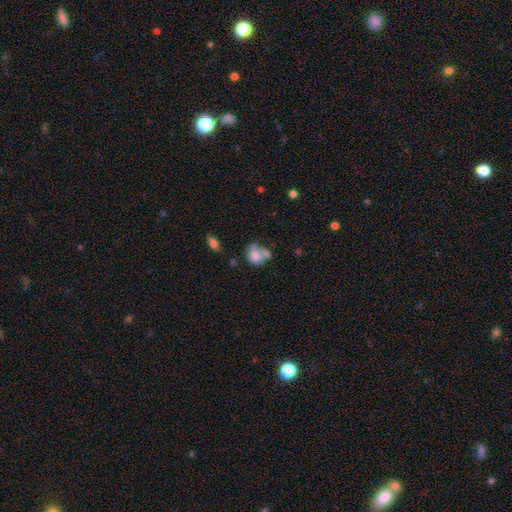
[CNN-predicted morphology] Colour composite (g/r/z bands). It shows a smooth galaxy with no disk features (71%) that is in between round and cigar-shaped (49%, tied with round). Merging: merger (39%).